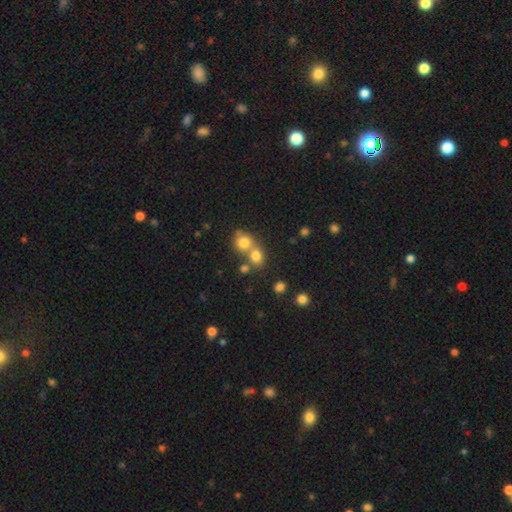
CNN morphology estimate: smooth-or-featured: smooth: 76% | star or artifact: 14% | featured or disk: 10%
  how-rounded: round: 70% | in between: 28% | cigar-shaped: 1%
  merging: merger: 50% | none: 40% | minor disturbance: 7% | major disturbance: 3%